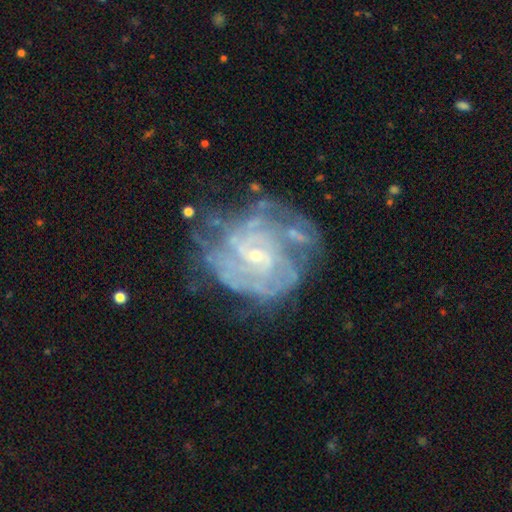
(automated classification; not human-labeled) smooth_or_featured: featured or disk (p=0.85) [alt: smooth p=0.08]
disk_edge_on: no (p=0.98) [alt: yes p=0.02]
bar: no (p=0.59) [alt: weak p=0.34]
has_spiral_arms: yes (p=0.91) [alt: no p=0.09]
spiral_winding: tight (p=0.65) [alt: medium p=0.28]
spiral_arm_count: can't tell (p=0.41) [alt: 4 p=0.16]
bulge_size: small (p=0.81) [alt: moderate p=0.14]
merging: none (p=0.48) [alt: minor disturbance p=0.24]